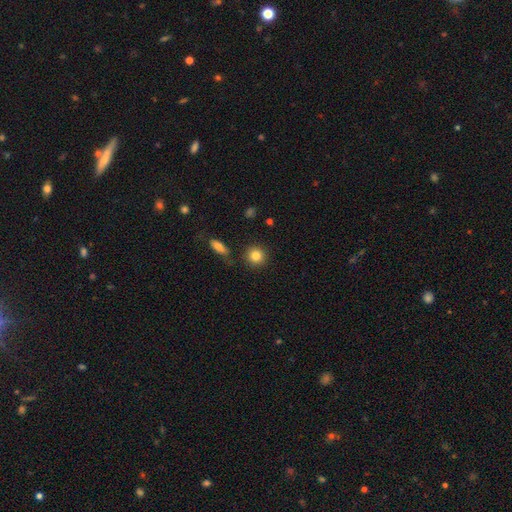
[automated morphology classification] This is clearly a smooth galaxy (83%). How rounded: clearly round (90%). Merging: clearly none (85%).